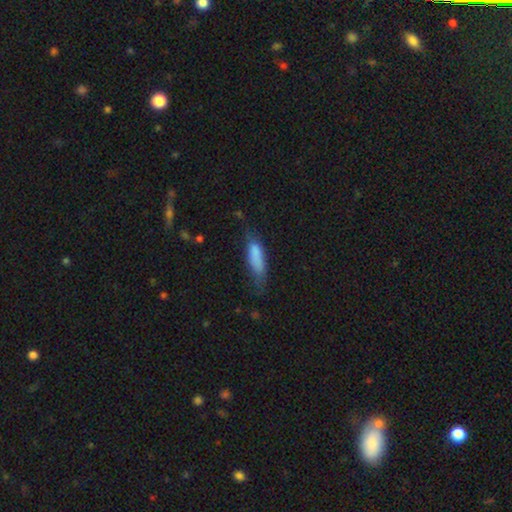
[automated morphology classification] Q: Smooth or featured?
A: smooth (78%); runner-up: featured or disk (14%)
Q: How rounded?
A: cigar-shaped (50%); runner-up: in between (48%)
Q: Merging?
A: none (48%); runner-up: minor disturbance (33%)